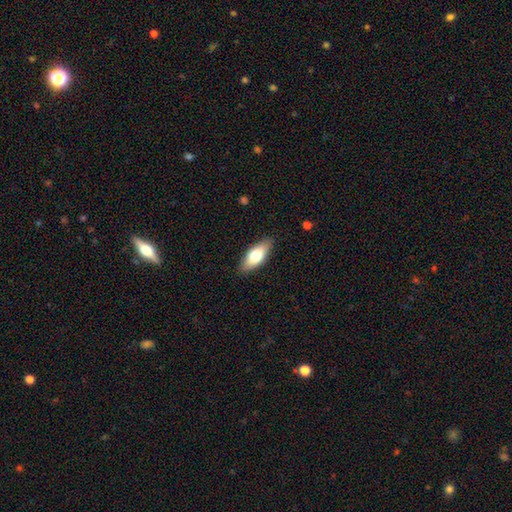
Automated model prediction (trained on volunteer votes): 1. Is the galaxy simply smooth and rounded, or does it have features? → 70% smooth, 24% featured or disk, 6% star or artifact.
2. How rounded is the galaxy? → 79% in between, 18% cigar-shaped, 3% round.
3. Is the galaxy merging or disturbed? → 87% none, 10% minor disturbance, 2% major disturbance, 1% merger.